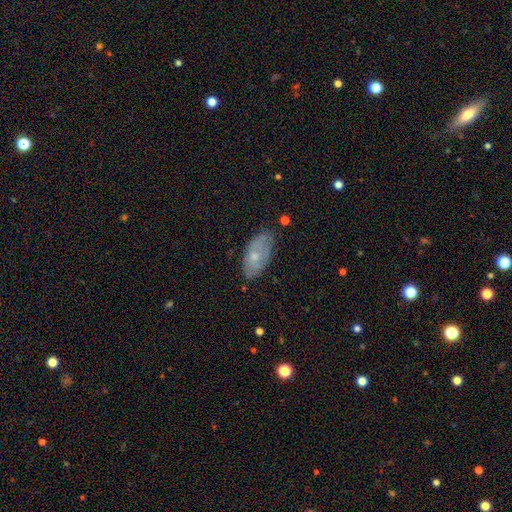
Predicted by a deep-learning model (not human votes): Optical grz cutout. It shows a smooth galaxy with no disk features (52%) that is in between round and cigar-shaped (91%). Merging: none (70%).